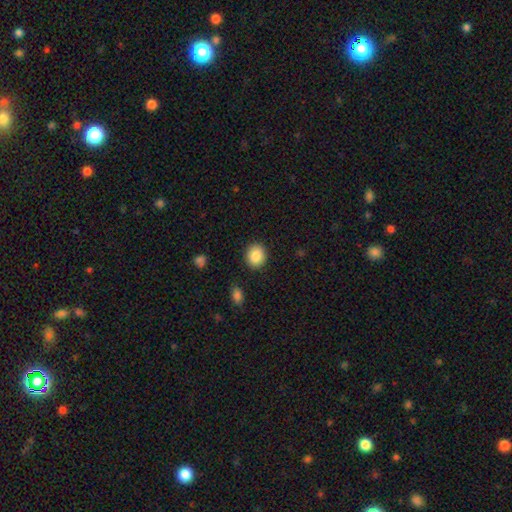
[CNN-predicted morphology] smooth-or-featured: smooth: 88% | star or artifact: 8% | featured or disk: 4%
  how-rounded: round: 70% | in between: 29% | cigar-shaped: 1%
  merging: none: 89% | minor disturbance: 7% | major disturbance: 2% | merger: 1%